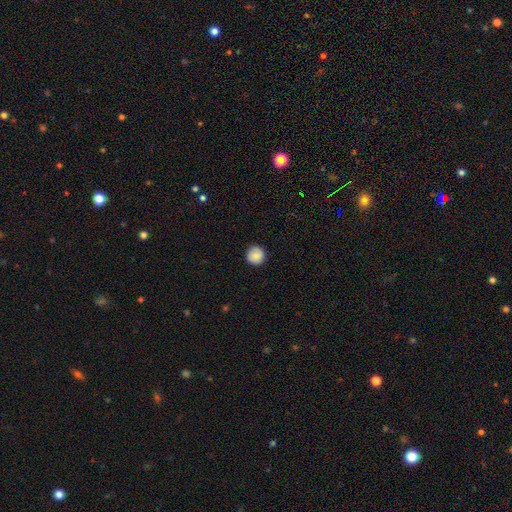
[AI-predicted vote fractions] smooth-or-featured: smooth: 86% | star or artifact: 8% | featured or disk: 6%
  how-rounded: round: 95% | in between: 4% | cigar-shaped: 1%
  merging: none: 90% | minor disturbance: 7% | major disturbance: 2% | merger: 1%